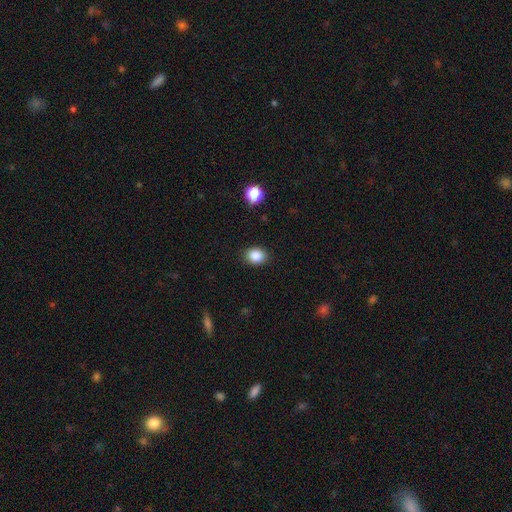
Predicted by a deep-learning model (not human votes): Smooth or featured? Predicted: smooth (p=0.85). How rounded? Predicted: round (p=0.52). Merging? Predicted: none (p=0.89).